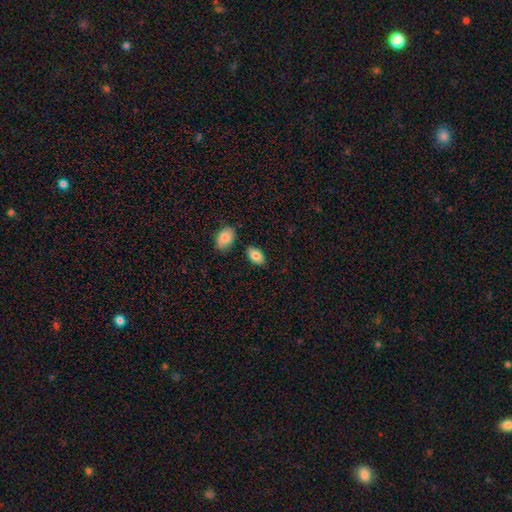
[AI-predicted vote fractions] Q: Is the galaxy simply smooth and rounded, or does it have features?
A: smooth — 83%.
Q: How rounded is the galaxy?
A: in between — 91%.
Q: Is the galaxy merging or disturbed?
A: none — 82%.